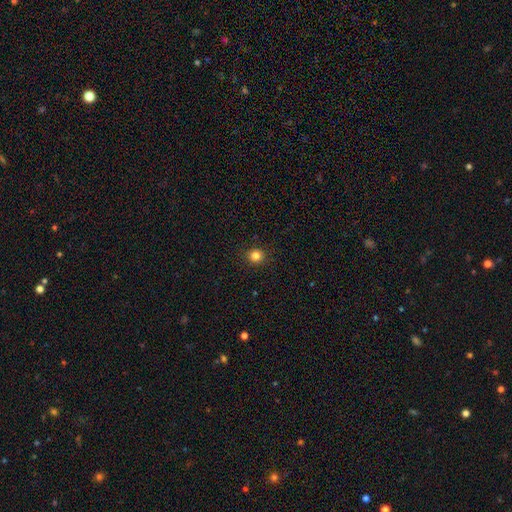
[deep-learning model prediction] This appears to be a smooth galaxy with no disk features (83%) that is round (92%). Merging: none (91%).